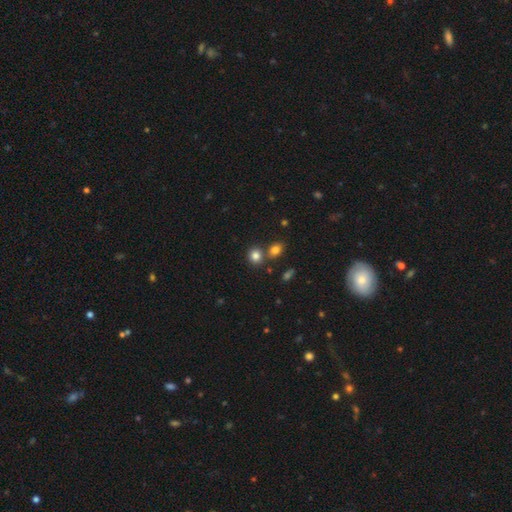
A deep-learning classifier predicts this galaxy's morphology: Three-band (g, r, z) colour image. It shows a smooth galaxy with no disk features (82%) that is round (75%). Merging: none (65%).